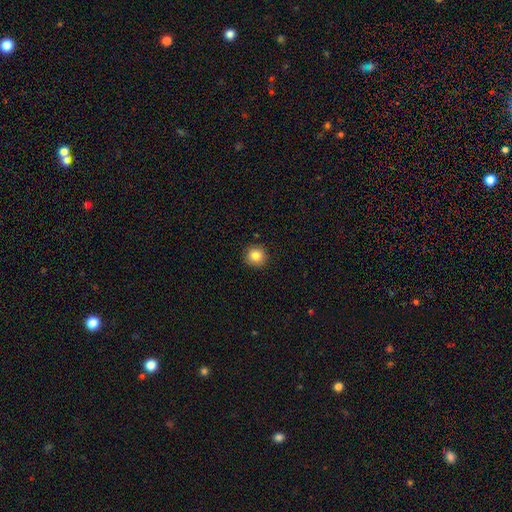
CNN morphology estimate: A smooth galaxy with no disk features (84%) that is round (94%). Merging: none (91%).